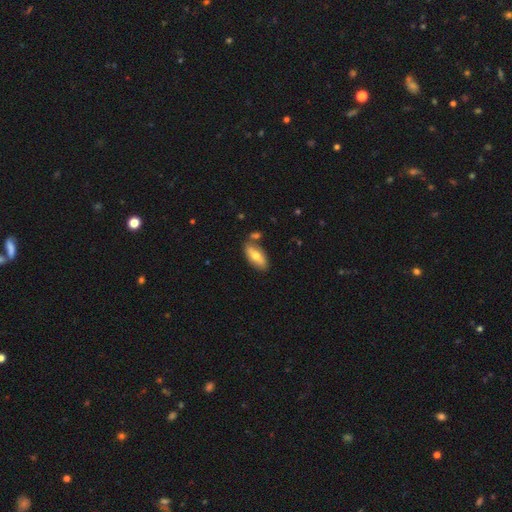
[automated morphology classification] Overall: smooth (65%; featured or disk 29%). How rounded: in between (85%). Merging: none (72%).